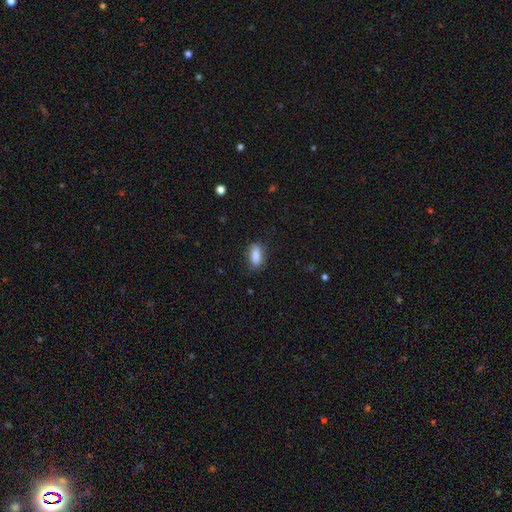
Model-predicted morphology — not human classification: smooth-or-featured: smooth: 85% | star or artifact: 8% | featured or disk: 7%
  how-rounded: in between: 83% | cigar-shaped: 12% | round: 5%
  merging: none: 78% | minor disturbance: 17% | major disturbance: 4% | merger: 1%